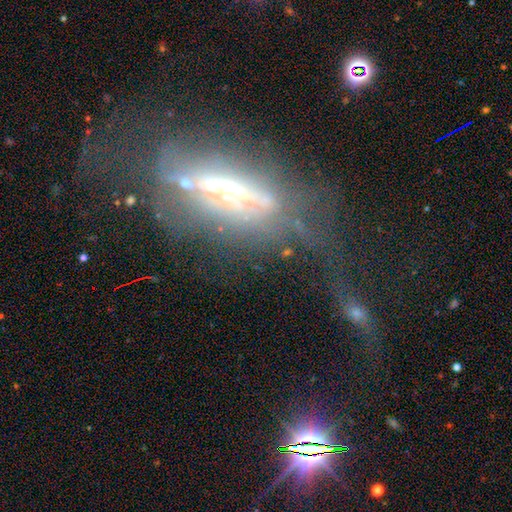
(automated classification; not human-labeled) Overall: featured or disk (69%). Edge-on disk: no (51%; yes 49%). Merging: major disturbance (38%; none 33%).